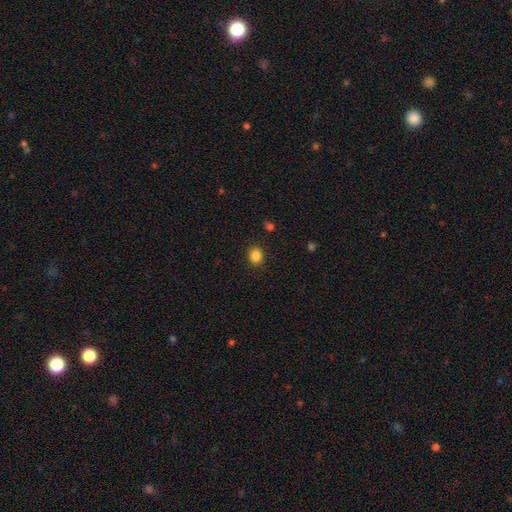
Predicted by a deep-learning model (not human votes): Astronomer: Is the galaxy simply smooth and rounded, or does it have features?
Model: smooth — 85%.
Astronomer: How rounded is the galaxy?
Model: round — 62%.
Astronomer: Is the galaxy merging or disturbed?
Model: none — 89%.